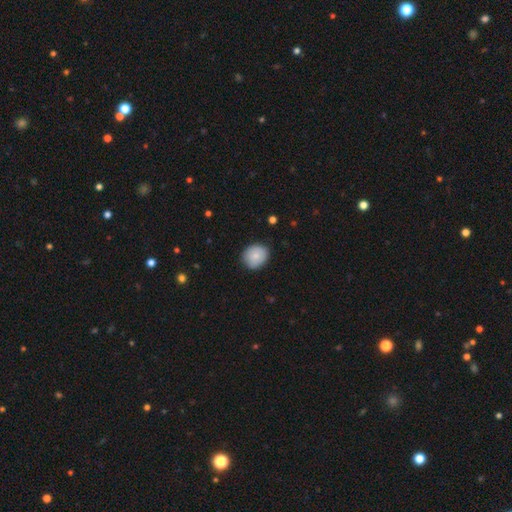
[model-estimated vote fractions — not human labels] Overall: smooth (81%). How rounded: round (70%; in between 30%). Merging: none (84%).